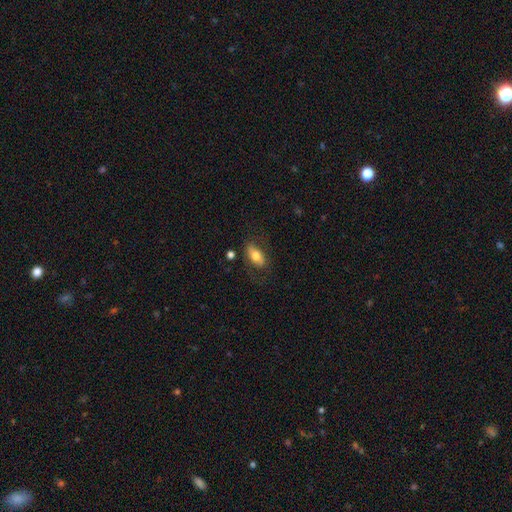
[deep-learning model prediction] This appears to be a smooth galaxy with no disk features (68%) that is in between round and cigar-shaped (87%). Merging: none (68%).